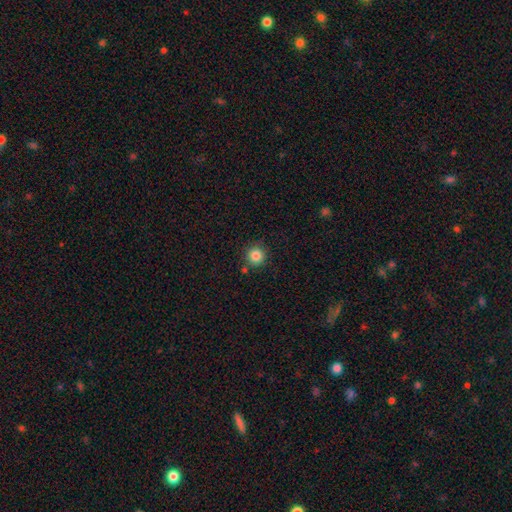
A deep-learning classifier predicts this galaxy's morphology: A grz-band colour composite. It shows a smooth galaxy with no disk features (84%) that is round (95%). Merging: none (85%).